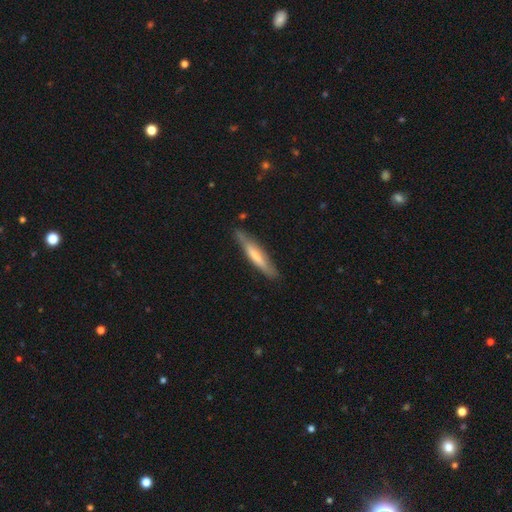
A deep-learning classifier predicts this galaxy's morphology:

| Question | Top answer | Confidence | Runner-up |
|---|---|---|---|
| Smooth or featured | smooth | 53% | featured or disk (42%) |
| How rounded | cigar-shaped | 88% | in between (10%) |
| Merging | none | 82% | minor disturbance (14%) |